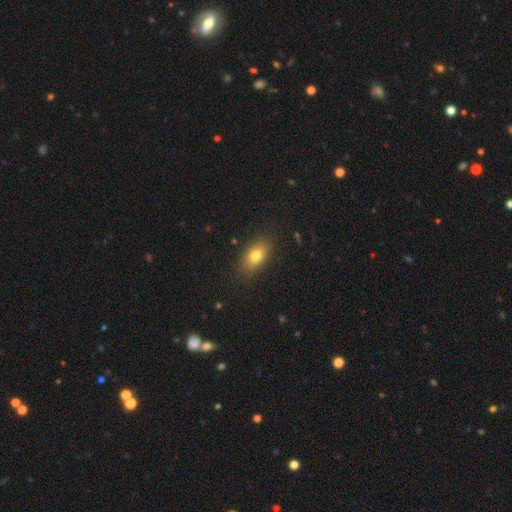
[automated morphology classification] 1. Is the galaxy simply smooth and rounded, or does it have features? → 77% smooth, 14% featured or disk, 9% star or artifact.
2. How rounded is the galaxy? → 86% in between, 8% round, 6% cigar-shaped.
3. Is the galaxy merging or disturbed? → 84% none, 12% minor disturbance, 3% major disturbance, 1% merger.